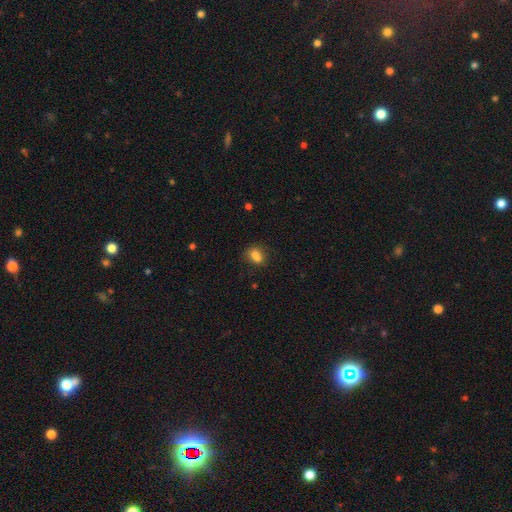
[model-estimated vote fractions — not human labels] Smooth or featured?
  - smooth: 78% *
  - star or artifact: 12%
  - featured or disk: 10%
How rounded?
  - in between: 65% *
  - round: 31%
  - cigar-shaped: 3%
Merging?
  - none: 58% *
  - minor disturbance: 20%
  - merger: 14%
  - major disturbance: 7%